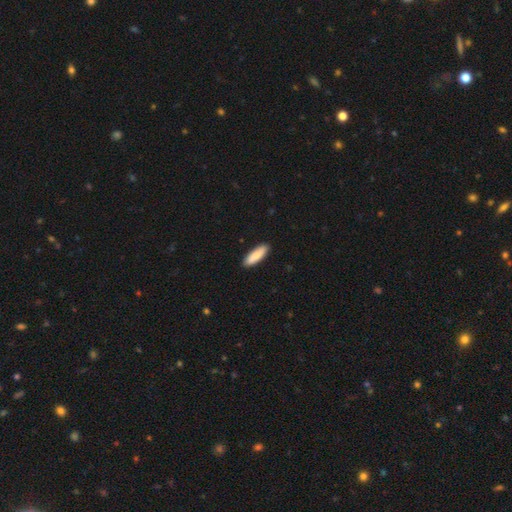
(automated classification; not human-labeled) Morphology: type=smooth (85%); roundness=cigar-shaped (54%); merging=none (90%).